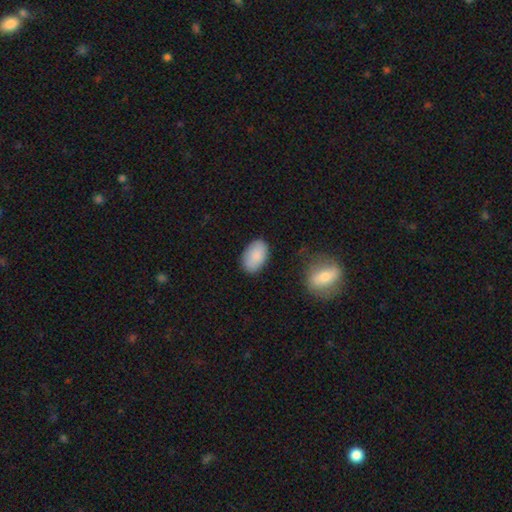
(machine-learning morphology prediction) Smooth or featured? smooth (87%)
How rounded? in between (92%)
Merging? none (82%)